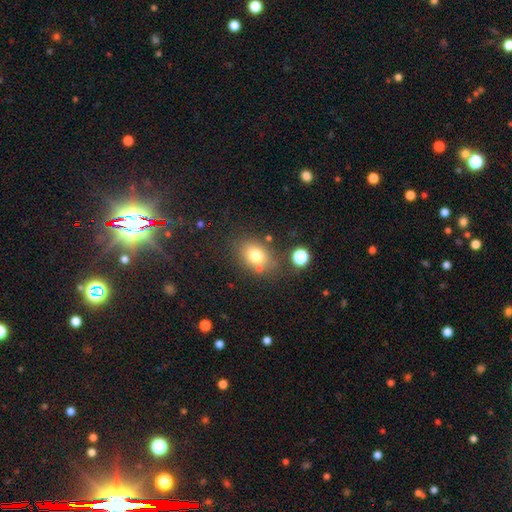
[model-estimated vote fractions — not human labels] A smooth galaxy with no disk features (75%) that is in between round and cigar-shaped (60%). Merging: none (70%).